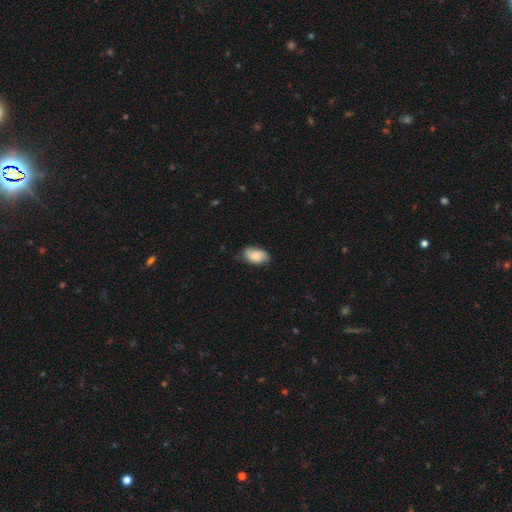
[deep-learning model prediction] smooth_or_featured: smooth (p=0.75) [alt: featured or disk p=0.17]
how_rounded: in between (p=0.92) [alt: round p=0.06]
merging: none (p=0.72) [alt: minor disturbance p=0.22]